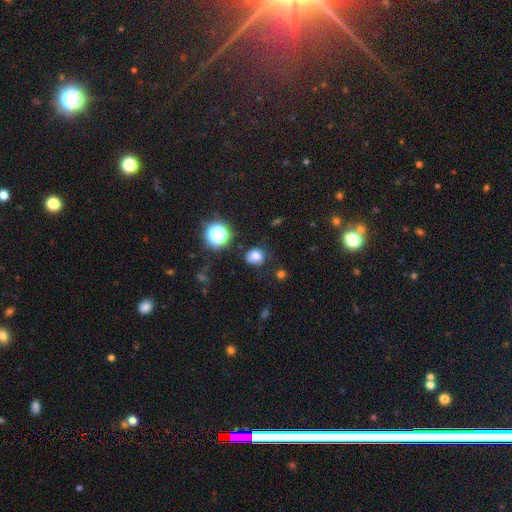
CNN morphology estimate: type=smooth (74%); roundness=round (70%); merging=none (66%).